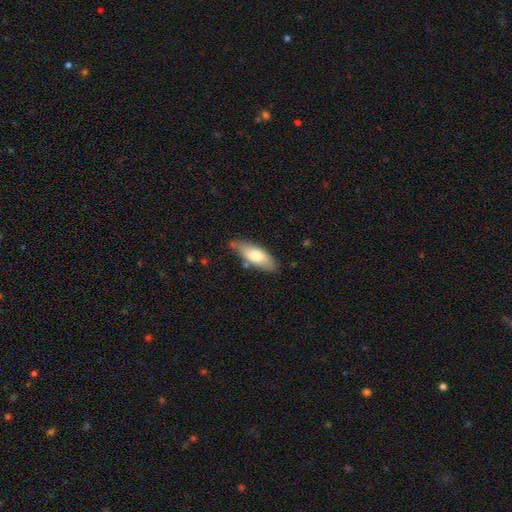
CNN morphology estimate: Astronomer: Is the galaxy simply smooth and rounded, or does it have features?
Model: smooth — 70%.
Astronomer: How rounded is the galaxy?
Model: in between — 70%.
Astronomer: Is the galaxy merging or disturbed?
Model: none — 73%.